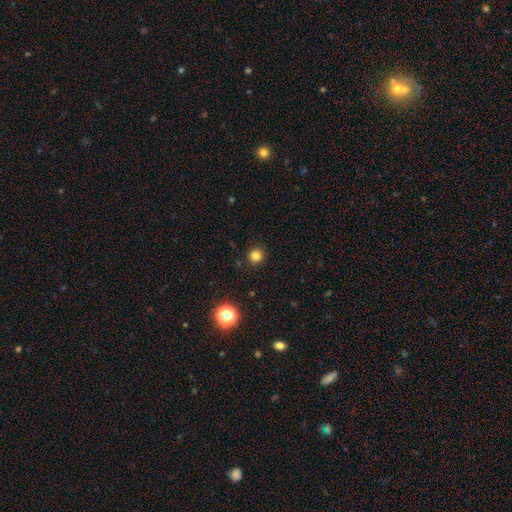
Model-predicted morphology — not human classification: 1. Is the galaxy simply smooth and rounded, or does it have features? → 81% smooth, 14% star or artifact, 4% featured or disk.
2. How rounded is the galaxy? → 93% round, 6% in between, 1% cigar-shaped.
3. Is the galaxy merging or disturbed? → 91% none, 6% minor disturbance, 2% major disturbance, 1% merger.